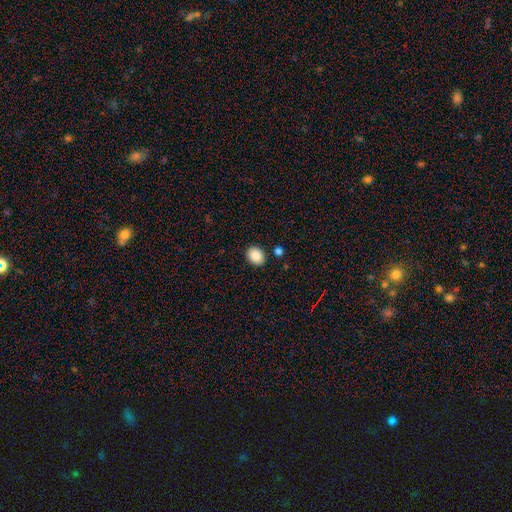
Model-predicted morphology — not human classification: Smooth or featured?
  - smooth: 86% *
  - star or artifact: 8%
  - featured or disk: 6%
How rounded?
  - in between: 58% *
  - round: 41%
  - cigar-shaped: 1%
Merging?
  - none: 87% *
  - minor disturbance: 8%
  - merger: 3%
  - major disturbance: 2%